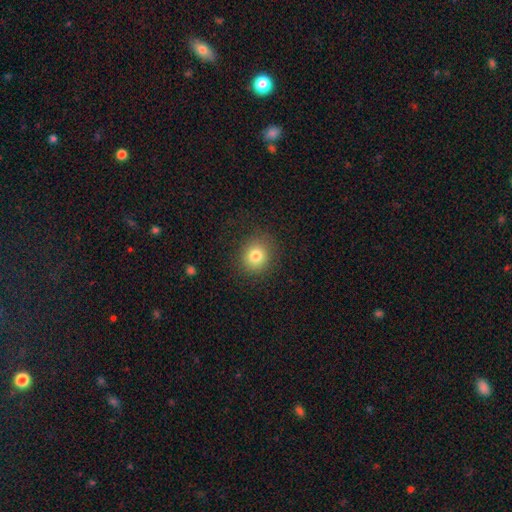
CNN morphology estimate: Q: Smooth or featured?
A: smooth (80%); runner-up: star or artifact (12%)
Q: How rounded?
A: round (84%); runner-up: in between (15%)
Q: Merging?
A: none (86%); runner-up: minor disturbance (9%)